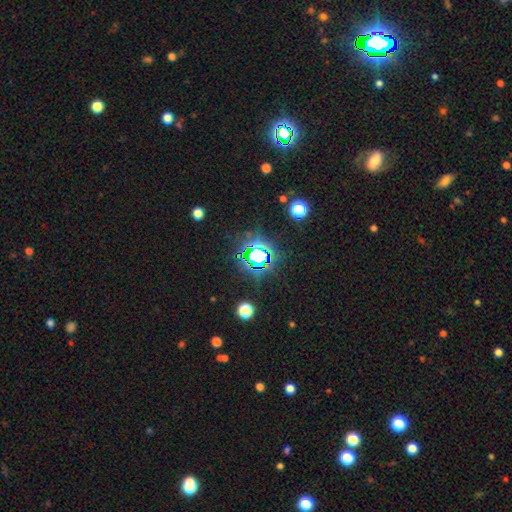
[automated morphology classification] smooth_or_featured: star or artifact (p=0.74) [alt: smooth p=0.16]